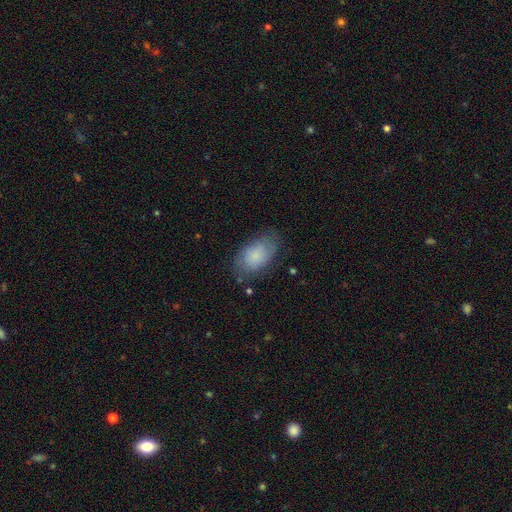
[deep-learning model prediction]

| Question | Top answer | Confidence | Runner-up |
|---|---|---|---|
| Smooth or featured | smooth | 76% | featured or disk (17%) |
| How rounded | in between | 92% | round (7%) |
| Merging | none | 69% | minor disturbance (22%) |